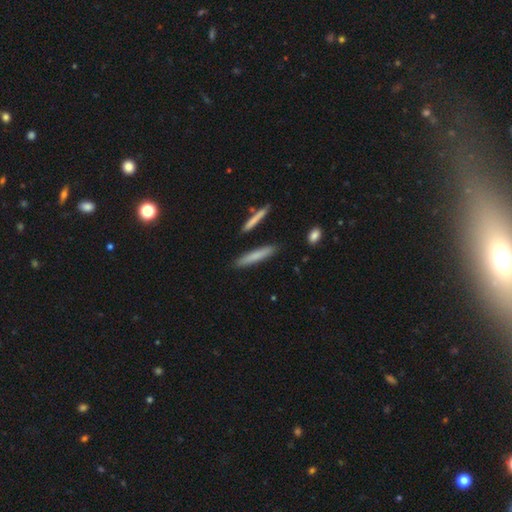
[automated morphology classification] Overall: smooth (73%). How rounded: cigar-shaped (92%). Merging: none (87%).